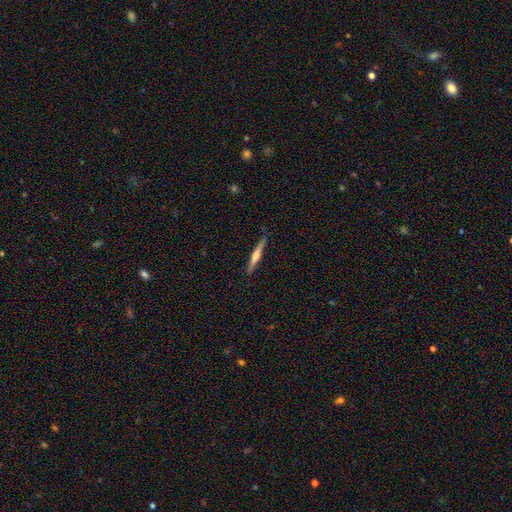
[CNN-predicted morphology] smooth_or_featured: featured or disk (p=0.66) [alt: smooth p=0.29]
disk_edge_on: yes (p=0.98) [alt: no p=0.02]
edge_on_bulge: rounded (p=0.83) [alt: boxy p=0.09]
merging: none (p=0.89) [alt: minor disturbance p=0.08]